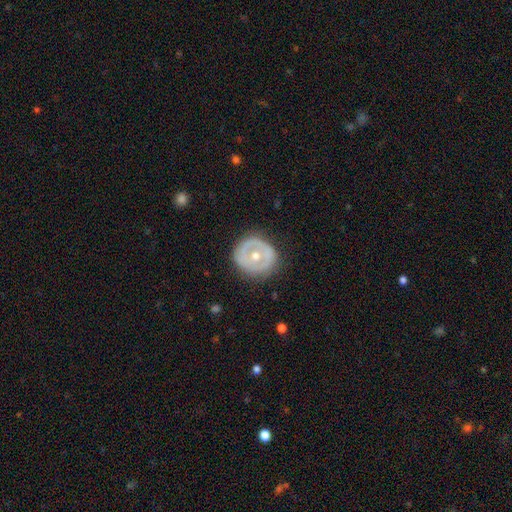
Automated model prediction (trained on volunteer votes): Overall: featured or disk (59%; smooth 36%). Edge-on disk: no (95%). Bar: no (84%). Spiral arms: no (85%). Bulge size: moderate (70%). Merging: none (83%).